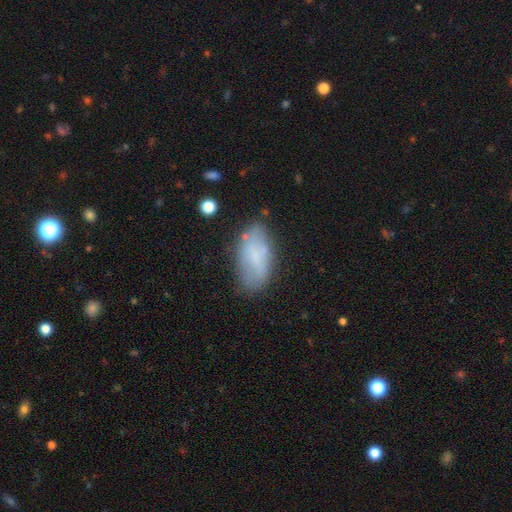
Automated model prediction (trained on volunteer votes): This is likely a smooth galaxy (65%). How rounded: clearly in between (93%). Merging: likely none (64%).